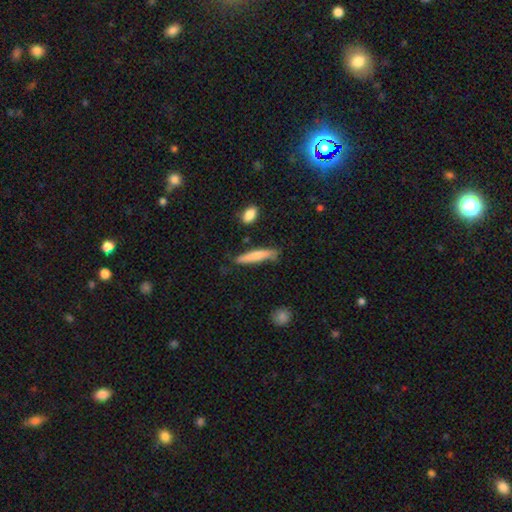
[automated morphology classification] This is likely a smooth galaxy (74%). How rounded: clearly cigar-shaped (89%). Merging: likely none (73%).